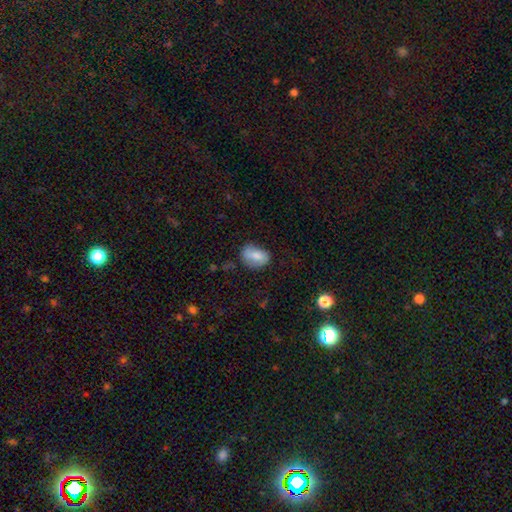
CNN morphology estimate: Smooth or featured? smooth (76%)
How rounded? in between (80%)
Merging? none (58%)